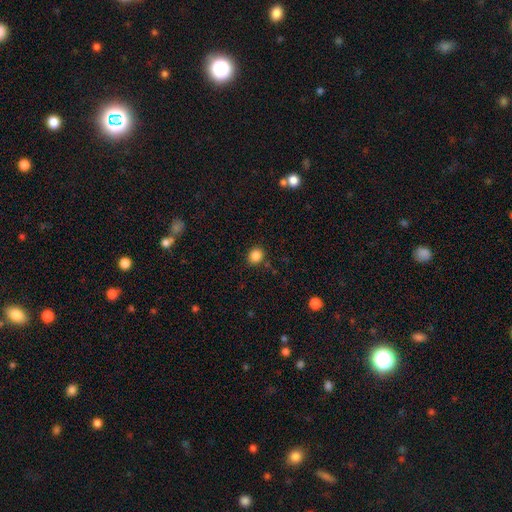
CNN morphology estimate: Q: Smooth or featured?
A: smooth (86%); runner-up: star or artifact (11%)
Q: How rounded?
A: round (67%); runner-up: in between (32%)
Q: Merging?
A: none (85%); runner-up: minor disturbance (10%)